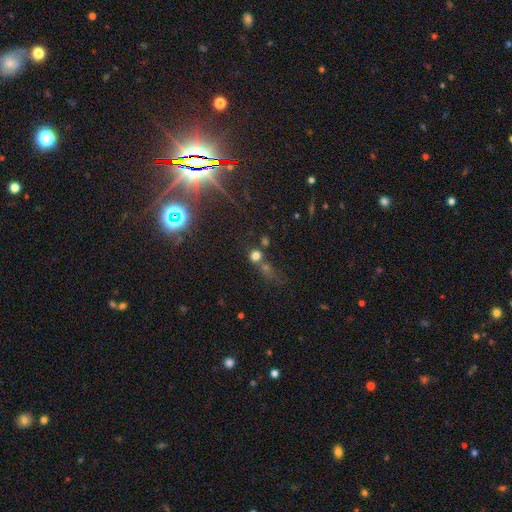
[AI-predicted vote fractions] smooth 63%, star or artifact 27%, featured or disk 10%. Down the decision tree: how rounded — round (86%); merging — none (51%).